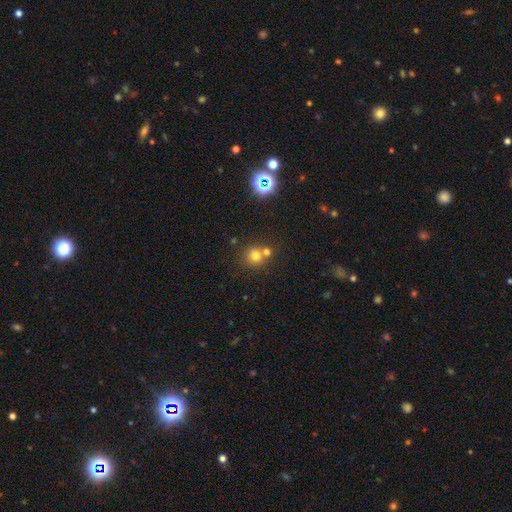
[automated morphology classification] Overall: smooth (69%). How rounded: round (86%). Merging: none (51%; merger 39%).